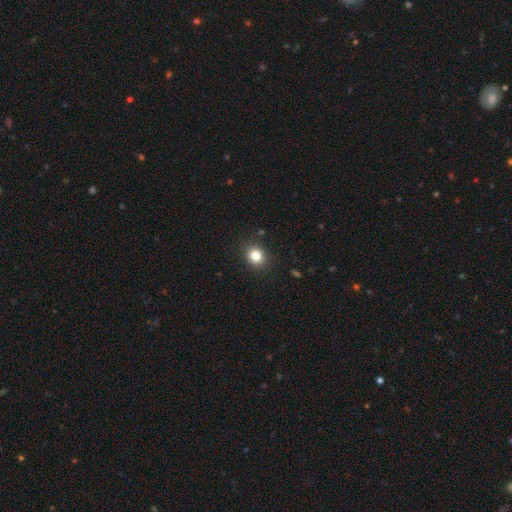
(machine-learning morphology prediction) Smooth or featured?
  - smooth: 82% *
  - star or artifact: 11%
  - featured or disk: 6%
How rounded?
  - round: 68% *
  - in between: 31%
  - cigar-shaped: 1%
Merging?
  - none: 89% *
  - minor disturbance: 8%
  - major disturbance: 2%
  - merger: 1%